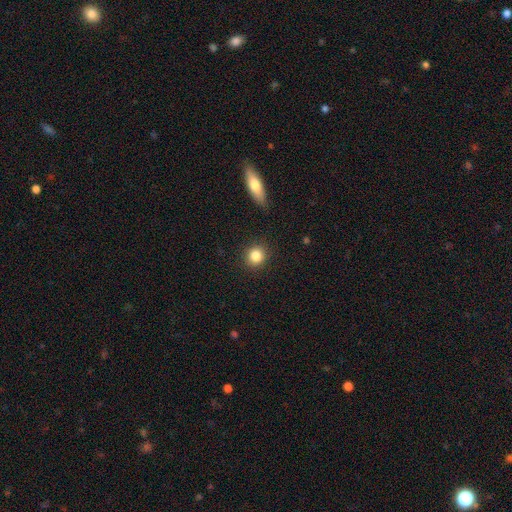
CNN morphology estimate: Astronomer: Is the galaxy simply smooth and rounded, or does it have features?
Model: smooth — 85%.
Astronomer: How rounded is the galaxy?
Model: round — 87%.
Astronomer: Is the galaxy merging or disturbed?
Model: none — 90%.